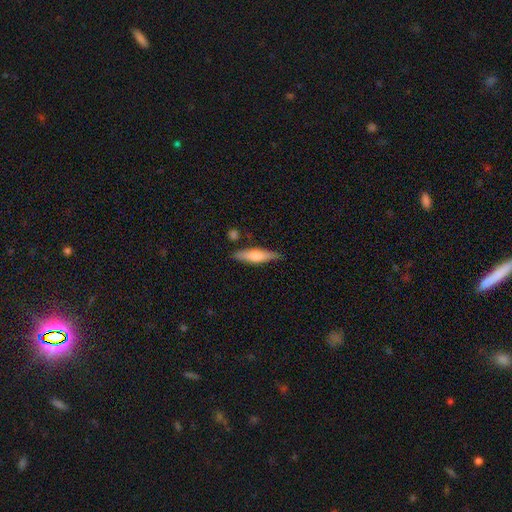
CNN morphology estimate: A smooth galaxy with no disk features (53%) that is cigar-shaped (74%).

Vote fractions:
- Smooth or featured? smooth: 53% / featured or disk: 41% / star or artifact: 6%
- How rounded? cigar-shaped: 74% / in between: 24% / round: 2%
- Merging? none: 83% / minor disturbance: 11% / merger: 3% / major disturbance: 2%